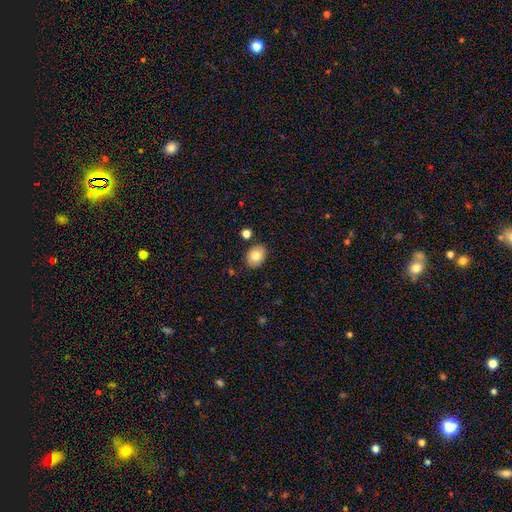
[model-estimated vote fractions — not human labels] smooth_or_featured: smooth (p=0.81) [alt: featured or disk p=0.11]
how_rounded: in between (p=0.67) [alt: round p=0.32]
merging: none (p=0.85) [alt: minor disturbance p=0.09]